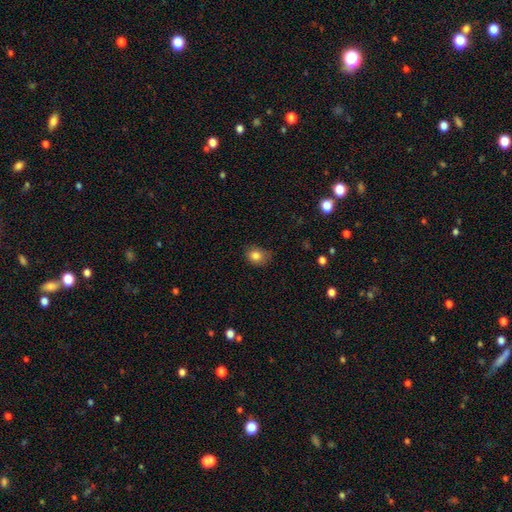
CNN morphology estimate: Smooth or featured? Predicted: smooth (p=0.82). How rounded? Predicted: round (p=0.54). Merging? Predicted: none (p=0.74).